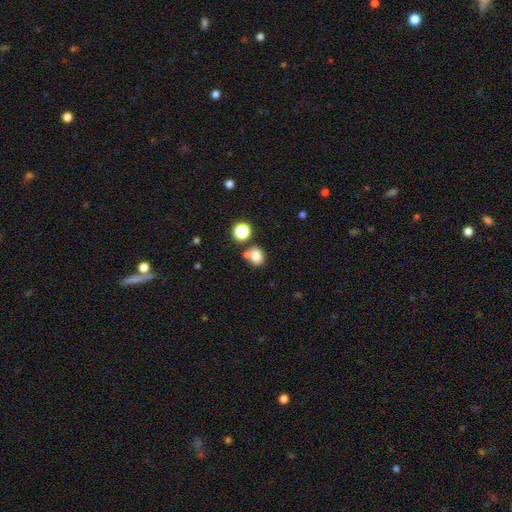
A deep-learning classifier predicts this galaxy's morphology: Smooth or featured?
  - smooth: 79% *
  - star or artifact: 14%
  - featured or disk: 7%
How rounded?
  - round: 72% *
  - in between: 27%
  - cigar-shaped: 1%
Merging?
  - none: 62% *
  - merger: 23%
  - minor disturbance: 11%
  - major disturbance: 4%